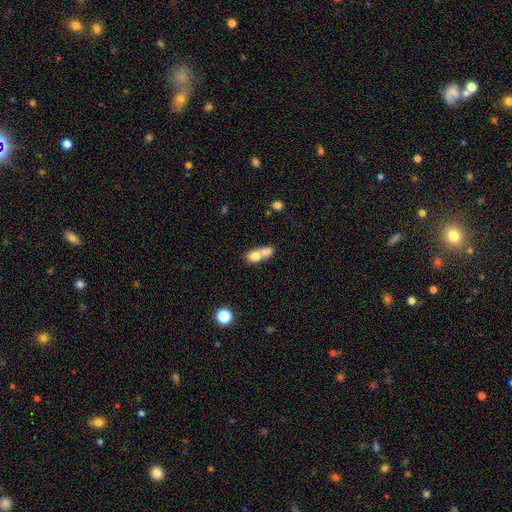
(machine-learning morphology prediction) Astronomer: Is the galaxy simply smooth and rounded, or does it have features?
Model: smooth — 73%.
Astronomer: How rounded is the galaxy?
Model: in between — 62%.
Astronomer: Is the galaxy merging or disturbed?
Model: merger — 72%.